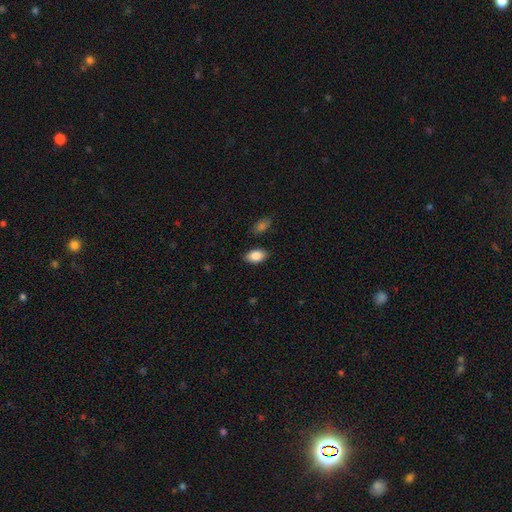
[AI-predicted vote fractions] A smooth galaxy with no disk features (87%) that is in between round and cigar-shaped (91%).

Vote fractions:
- Smooth or featured? smooth: 87% / star or artifact: 7% / featured or disk: 6%
- How rounded? in between: 91% / round: 8% / cigar-shaped: 2%
- Merging? none: 86% / minor disturbance: 10% / major disturbance: 2% / merger: 2%